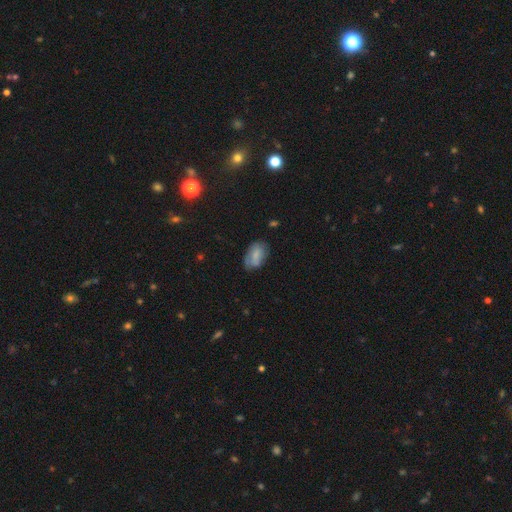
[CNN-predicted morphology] Smooth or featured: smooth — 71% (featured or disk — 21%)
How rounded: in between — 90% (round — 8%)
Merging: none — 62% (minor disturbance — 27%)